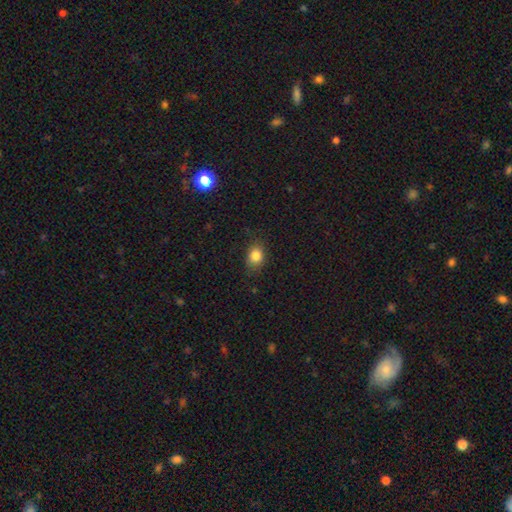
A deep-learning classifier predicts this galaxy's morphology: This is clearly a smooth galaxy (84%). How rounded: possibly in between (55%). Merging: likely none (79%).